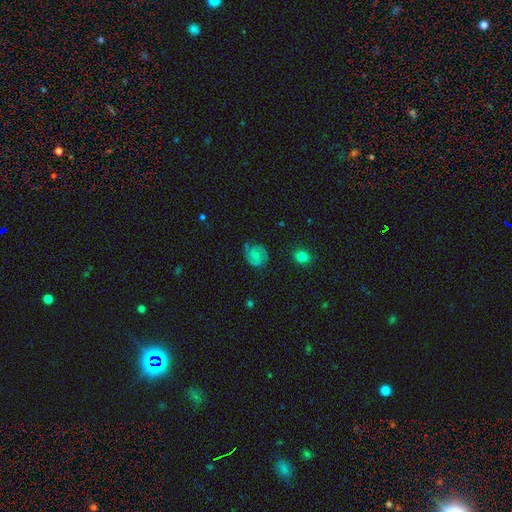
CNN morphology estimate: smooth_or_featured: smooth (p=0.51) [alt: featured or disk p=0.38]
how_rounded: round (p=0.74) [alt: in between p=0.25]
merging: none (p=0.69) [alt: minor disturbance p=0.21]